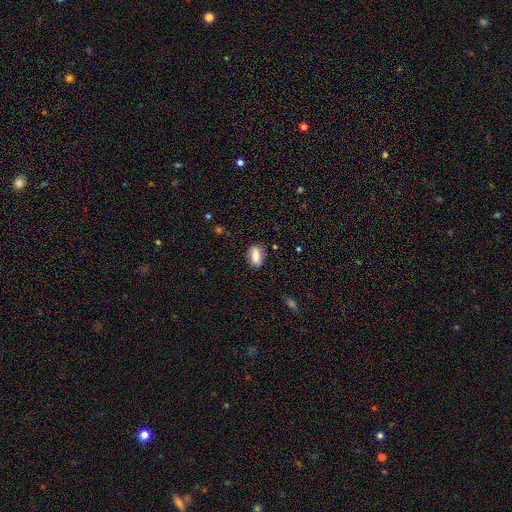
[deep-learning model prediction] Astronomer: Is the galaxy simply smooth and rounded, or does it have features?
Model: smooth — 79%.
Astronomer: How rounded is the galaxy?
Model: in between — 86%.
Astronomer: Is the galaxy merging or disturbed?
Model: none — 81%.